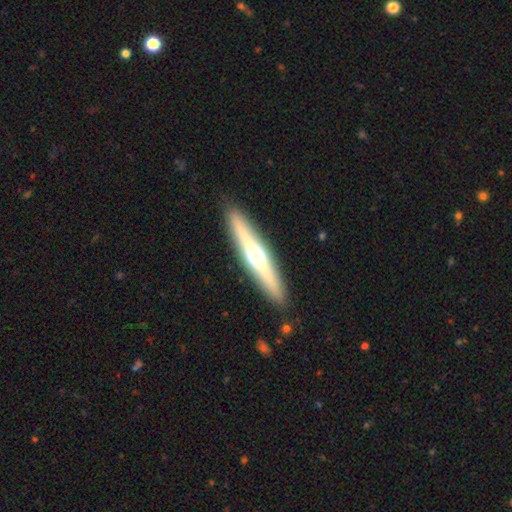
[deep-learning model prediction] Morphology: type=featured or disk (59%); edge-on=yes (94%); edge-on bulge=rounded (92%); merging=none (90%).